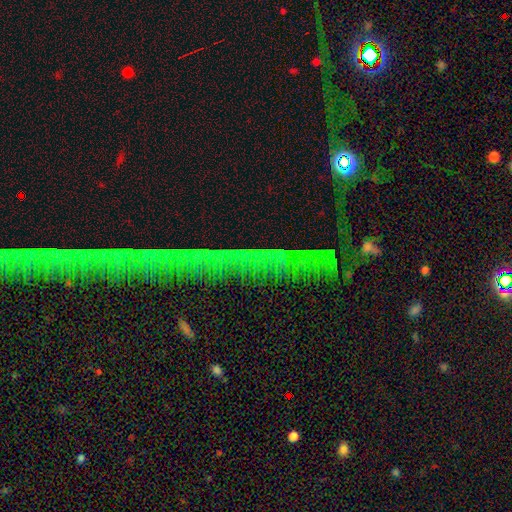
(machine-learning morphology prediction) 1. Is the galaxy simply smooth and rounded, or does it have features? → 83% star or artifact, 9% featured or disk, 8% smooth.